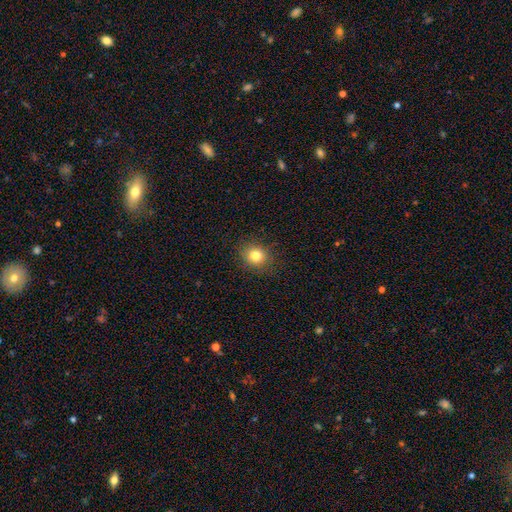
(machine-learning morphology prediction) smooth_or_featured: smooth (p=0.80) [alt: star or artifact p=0.12]
how_rounded: round (p=0.74) [alt: in between p=0.26]
merging: none (p=0.88) [alt: minor disturbance p=0.09]